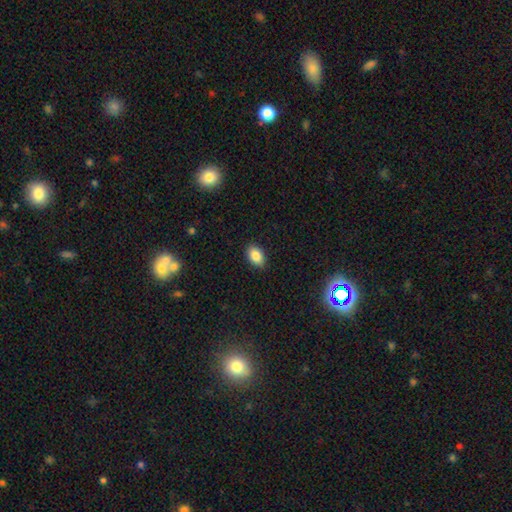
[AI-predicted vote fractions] A smooth galaxy with no disk features (87%) that is in between round and cigar-shaped (87%).

Vote fractions:
- Smooth or featured? smooth: 87% / star or artifact: 8% / featured or disk: 5%
- How rounded? in between: 87% / round: 11% / cigar-shaped: 1%
- Merging? none: 89% / minor disturbance: 8% / major disturbance: 2% / merger: 1%